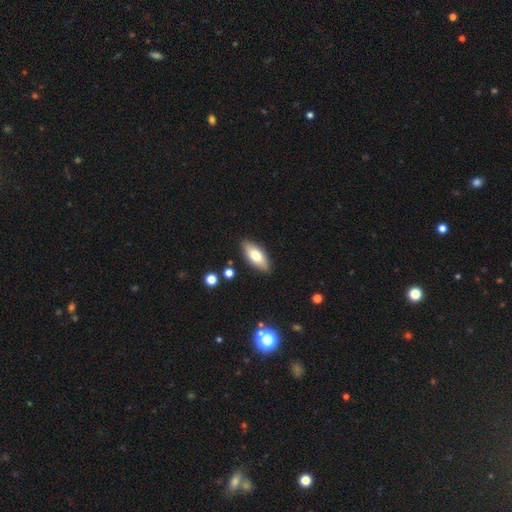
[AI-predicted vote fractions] The model was most divided on "smooth or featured": smooth: 71%, featured or disk: 22%, star or artifact: 6%. More confident: merging — none (87%); how rounded — in between (81%).